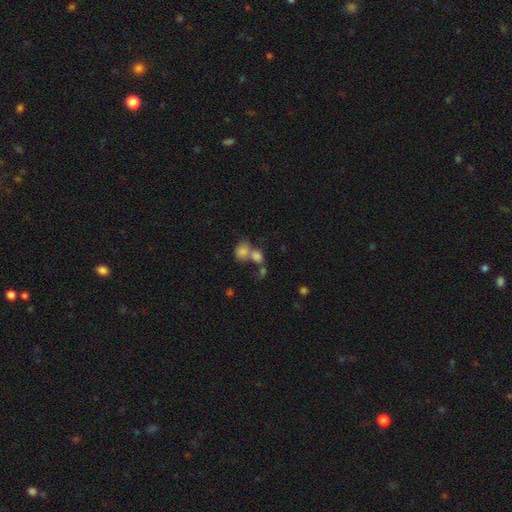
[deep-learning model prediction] Smooth or featured?
  - smooth: 77% *
  - star or artifact: 12%
  - featured or disk: 11%
How rounded?
  - round: 51% *
  - in between: 48%
  - cigar-shaped: 2%
Merging?
  - merger: 57% *
  - none: 28%
  - minor disturbance: 9%
  - major disturbance: 6%